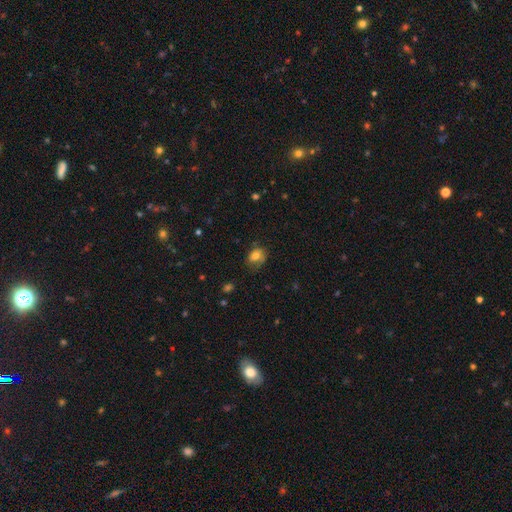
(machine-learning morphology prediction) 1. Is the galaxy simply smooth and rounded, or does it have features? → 75% smooth, 15% featured or disk, 10% star or artifact.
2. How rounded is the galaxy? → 57% in between, 42% round, 1% cigar-shaped.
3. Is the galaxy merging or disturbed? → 61% none, 28% minor disturbance, 10% major disturbance, 2% merger.